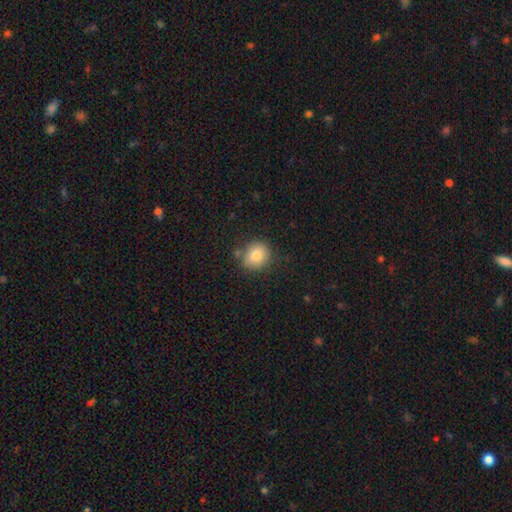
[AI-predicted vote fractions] smooth 81%, star or artifact 10%, featured or disk 9%. Down the decision tree: how rounded — round (84%); merging — none (77%).